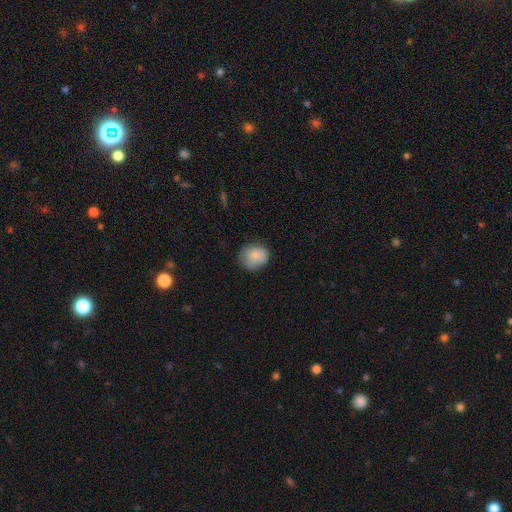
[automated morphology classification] Q: Smooth or featured?
A: smooth (84%); runner-up: star or artifact (8%)
Q: How rounded?
A: round (70%); runner-up: in between (29%)
Q: Merging?
A: none (74%); runner-up: minor disturbance (21%)